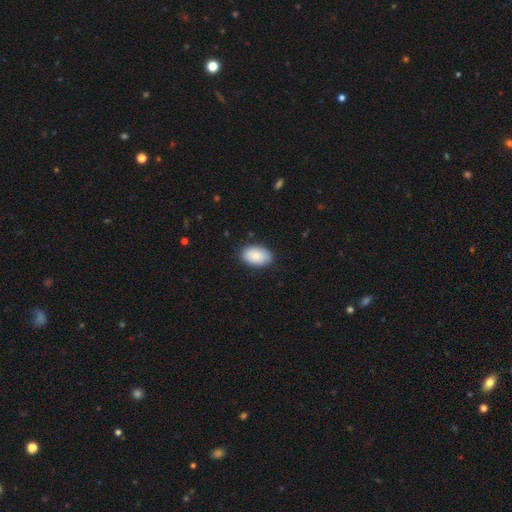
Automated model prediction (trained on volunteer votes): A smooth galaxy with no disk features (86%) that is in between round and cigar-shaped (91%).

Vote fractions:
- Smooth or featured? smooth: 86% / featured or disk: 8% / star or artifact: 6%
- How rounded? in between: 91% / round: 7% / cigar-shaped: 1%
- Merging? none: 82% / minor disturbance: 14% / major disturbance: 2% / merger: 1%